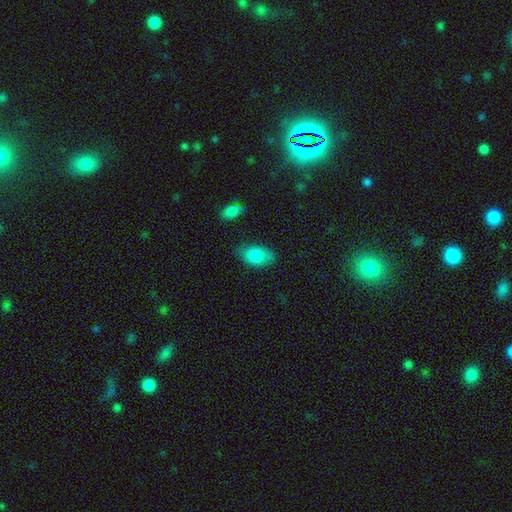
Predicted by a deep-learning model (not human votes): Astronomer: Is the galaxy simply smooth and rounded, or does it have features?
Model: smooth — 85%.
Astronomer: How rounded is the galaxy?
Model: in between — 91%.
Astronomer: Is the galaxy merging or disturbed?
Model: none — 75%.